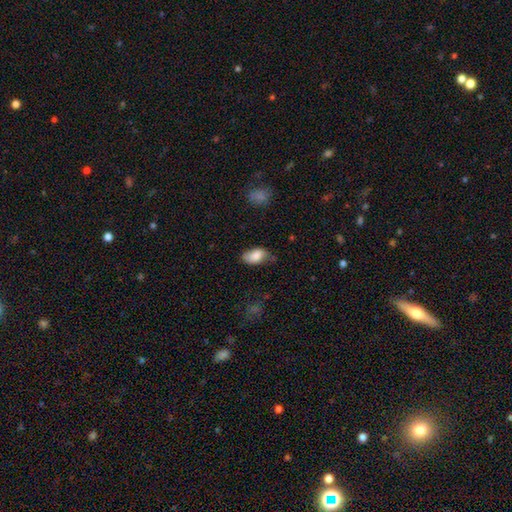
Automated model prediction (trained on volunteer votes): Smooth or featured?
  - smooth: 81% *
  - featured or disk: 12%
  - star or artifact: 7%
How rounded?
  - in between: 94% *
  - round: 4%
  - cigar-shaped: 2%
Merging?
  - none: 62% *
  - minor disturbance: 29%
  - major disturbance: 6%
  - merger: 2%